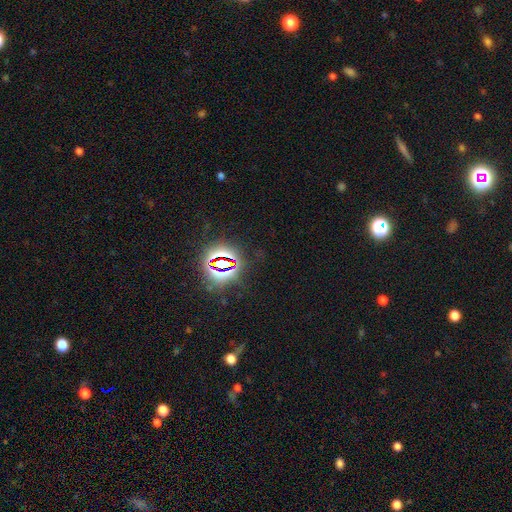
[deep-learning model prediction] Overall: star or artifact (80%).